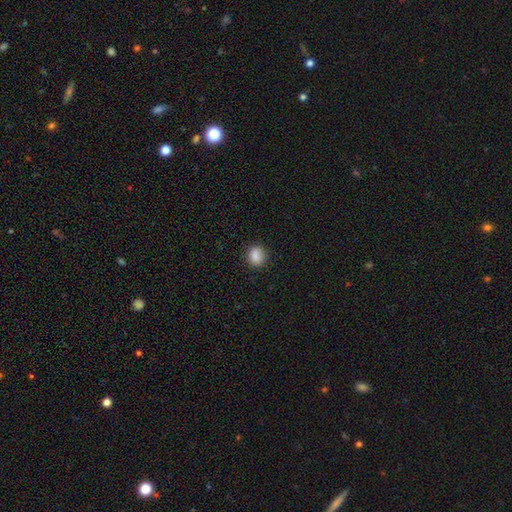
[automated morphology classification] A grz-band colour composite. It shows a smooth galaxy with no disk features (85%) that is round (70%). Merging: none (86%).